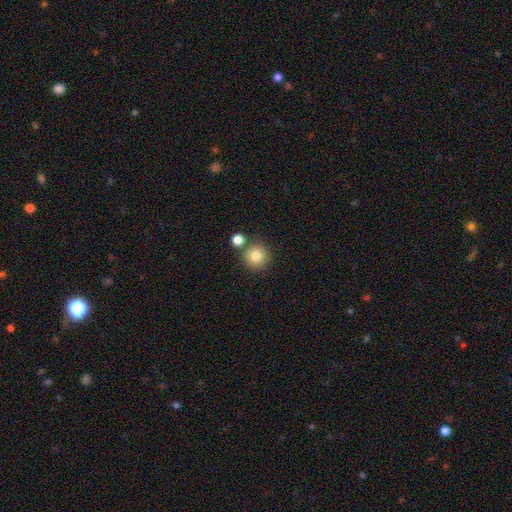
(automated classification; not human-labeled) This appears to be a smooth galaxy with no disk features (80%) that is round (94%). Merging: none (77%).